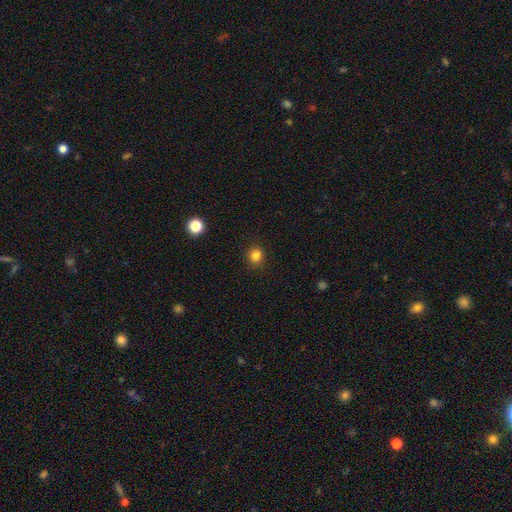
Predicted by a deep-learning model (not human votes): A smooth galaxy with no disk features (82%) that is round (79%). Merging: none (90%).